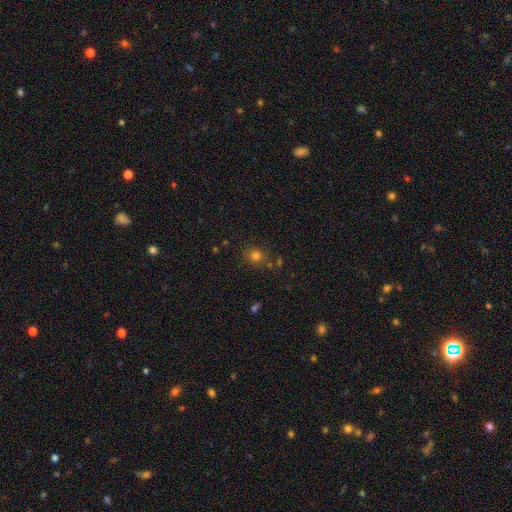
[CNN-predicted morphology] The model was most divided on "smooth or featured": smooth: 76%, star or artifact: 18%, featured or disk: 7%. More confident: how rounded — round (81%); merging — none (80%).